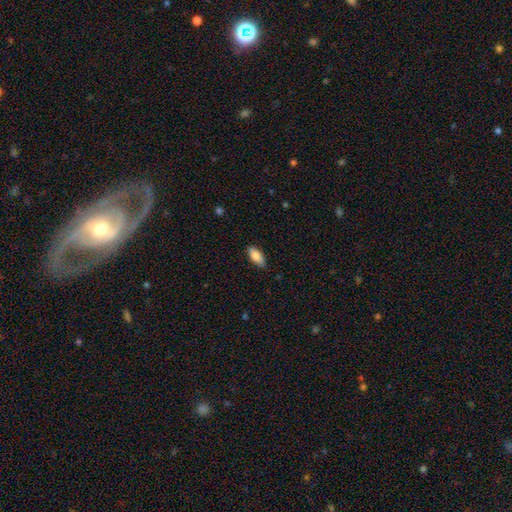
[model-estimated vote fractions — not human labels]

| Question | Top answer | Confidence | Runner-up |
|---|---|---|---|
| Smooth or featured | smooth | 82% | featured or disk (11%) |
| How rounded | in between | 86% | cigar-shaped (12%) |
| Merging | none | 84% | minor disturbance (13%) |